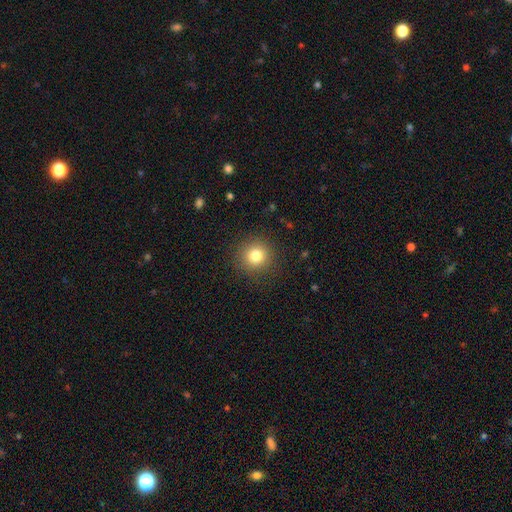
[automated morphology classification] smooth 80%, star or artifact 12%, featured or disk 8%. Down the decision tree: how rounded — round (92%); merging — none (89%).